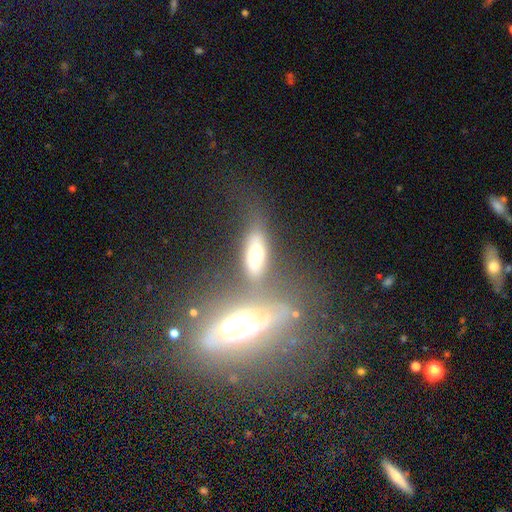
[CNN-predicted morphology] smooth-or-featured: smooth: 59% | featured or disk: 31% | star or artifact: 10%
  how-rounded: in between: 66% | cigar-shaped: 29% | round: 5%
  merging: none: 58% | merger: 21% | minor disturbance: 14% | major disturbance: 8%